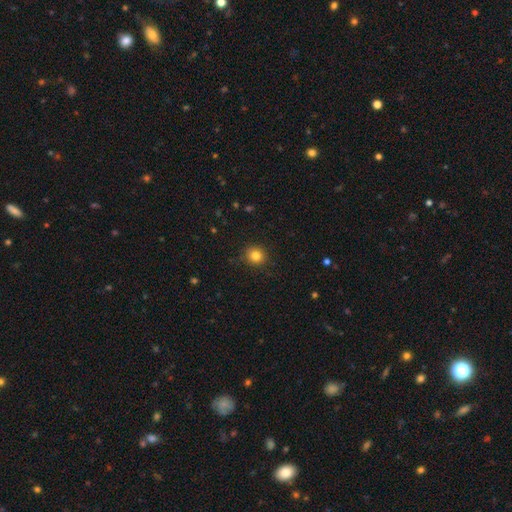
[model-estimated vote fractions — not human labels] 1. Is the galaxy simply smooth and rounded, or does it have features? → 83% smooth, 12% star or artifact, 5% featured or disk.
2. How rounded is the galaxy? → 87% round, 12% in between, 1% cigar-shaped.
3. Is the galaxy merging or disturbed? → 89% none, 7% minor disturbance, 2% major disturbance, 1% merger.